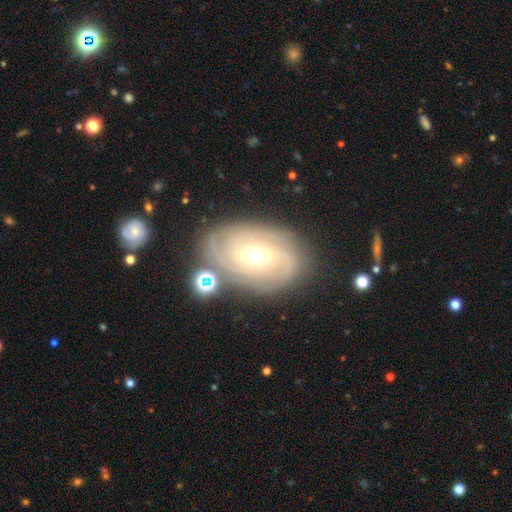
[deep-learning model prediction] Smooth or featured?
  - featured or disk: 82% *
  - smooth: 11%
  - star or artifact: 6%
Edge-on disk?
  - no: 96% *
  - yes: 4%
Bar?
  - weak: 43% *
  - no: 42%
  - strong: 14%
Spiral arms?
  - yes: 95% *
  - no: 5%
Spiral winding?
  - tight: 67% *
  - medium: 26%
  - loose: 7%
Spiral arm count?
  - can't tell: 28% *
  - 2: 27%
  - 3: 25%
  - 4: 11%
  - more than 4: 5%
  - 1: 5%
Bulge size?
  - moderate: 60% *
  - small: 34%
  - large: 4%
  - none: 1%
  - dominant: 1%
Merging?
  - none: 75% *
  - minor disturbance: 15%
  - merger: 5%
  - major disturbance: 5%